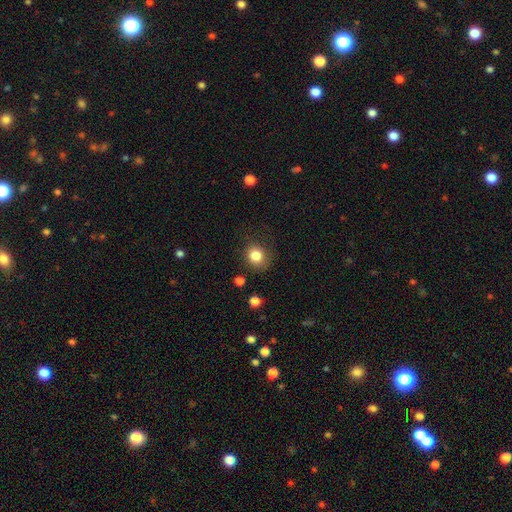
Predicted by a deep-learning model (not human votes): A smooth galaxy with no disk features (83%) that is round (80%). Merging: none (78%).